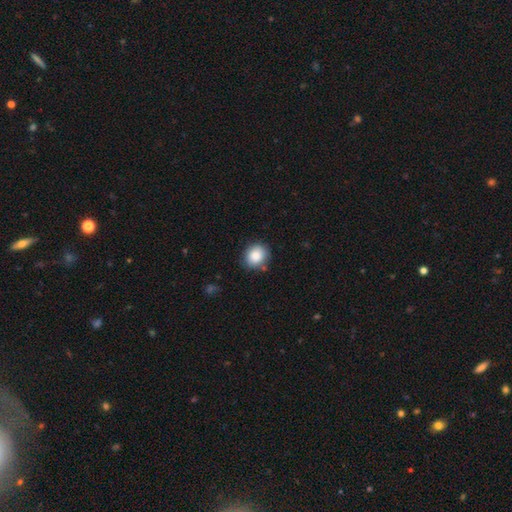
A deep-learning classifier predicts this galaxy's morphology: Overall: smooth (87%). How rounded: round (73%). Merging: none (82%).